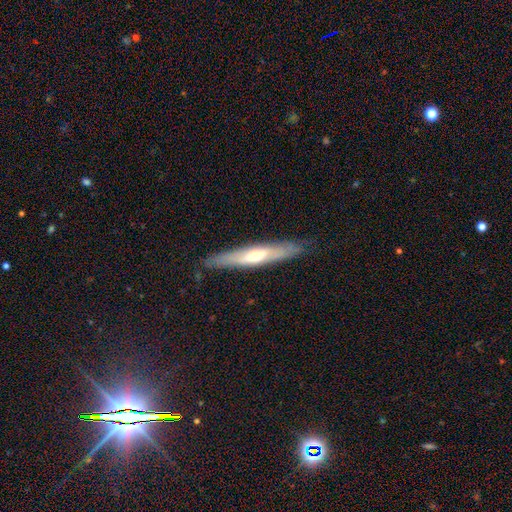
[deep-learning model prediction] Overall: featured or disk (55%; smooth 39%). Edge-on disk: yes (85%). Merging: none (85%).